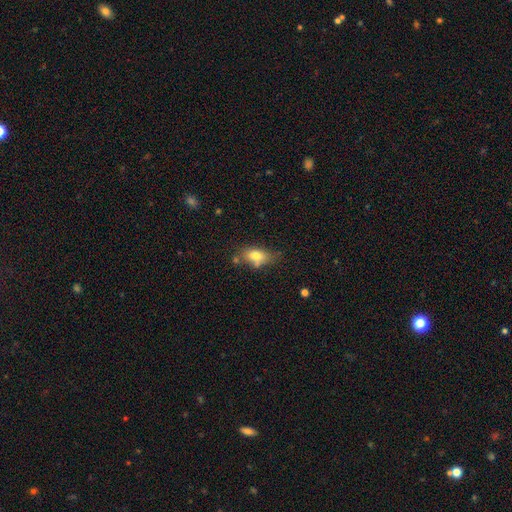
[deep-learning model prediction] This is likely a smooth galaxy (74%). How rounded: clearly in between (82%). Merging: possibly none (57%).